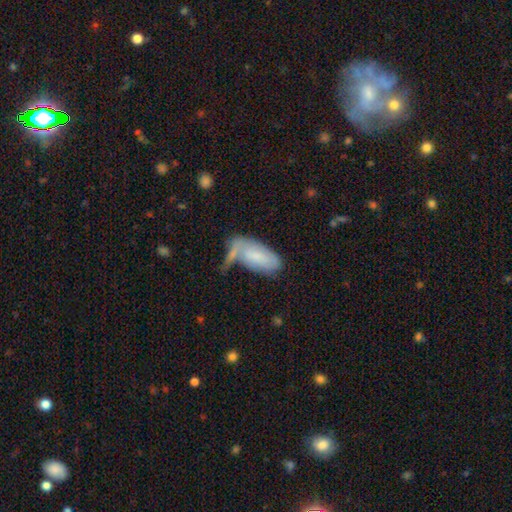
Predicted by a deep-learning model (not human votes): smooth_or_featured: smooth (p=0.70) [alt: featured or disk p=0.23]
how_rounded: in between (p=0.87) [alt: cigar-shaped p=0.11]
merging: none (p=0.36) [alt: minor disturbance p=0.26]